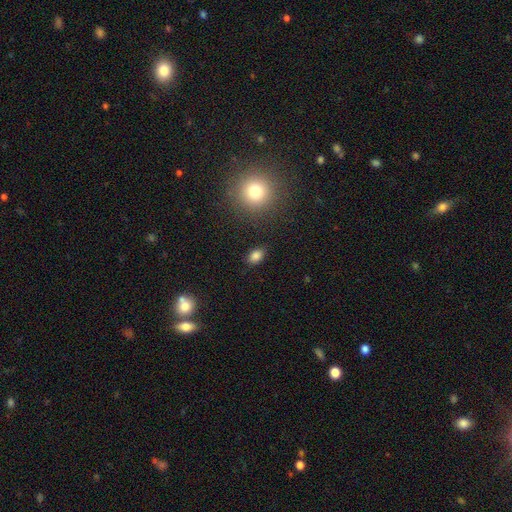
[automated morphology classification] Smooth or featured? Predicted: smooth (p=0.84). How rounded? Predicted: in between (p=0.82). Merging? Predicted: none (p=0.85).